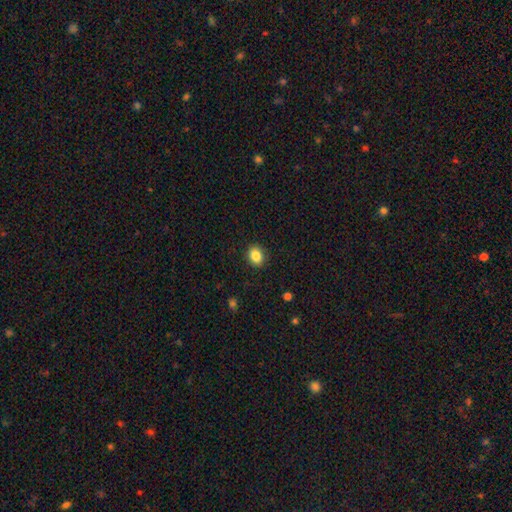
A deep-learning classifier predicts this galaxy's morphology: The model was most divided on "how rounded": round: 57%, in between: 43%, cigar-shaped: 1%. More confident: merging — none (90%); smooth or featured — smooth (86%).